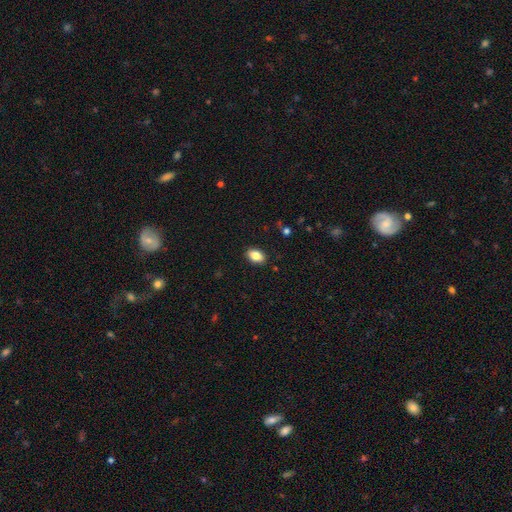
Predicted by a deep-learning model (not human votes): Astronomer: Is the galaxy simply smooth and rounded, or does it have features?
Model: smooth — 85%.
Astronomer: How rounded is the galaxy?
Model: in between — 89%.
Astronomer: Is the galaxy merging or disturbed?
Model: none — 88%.